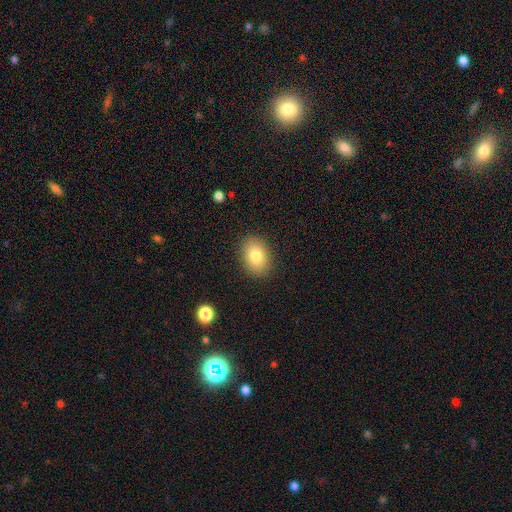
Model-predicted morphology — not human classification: A smooth galaxy with no disk features (82%) that is in between round and cigar-shaped (76%). Merging: none (88%).